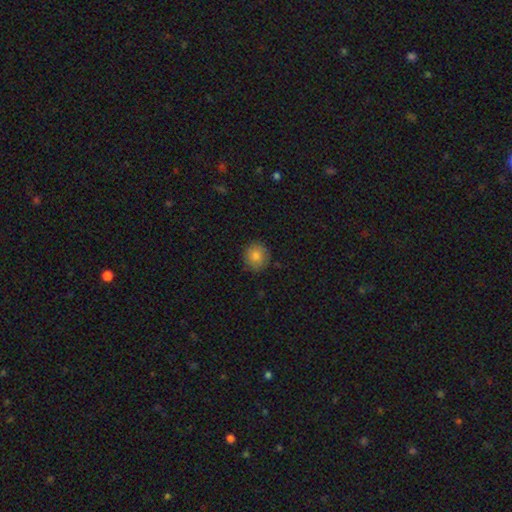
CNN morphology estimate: Smooth or featured: smooth — 83% (star or artifact — 10%)
How rounded: round — 89% (in between — 10%)
Merging: none — 87% (minor disturbance — 10%)